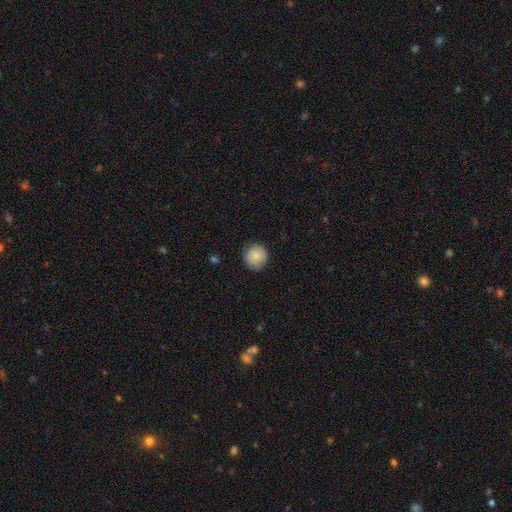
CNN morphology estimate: A smooth galaxy with no disk features (87%) that is round (93%).

Vote fractions:
- Smooth or featured? smooth: 87% / star or artifact: 8% / featured or disk: 5%
- How rounded? round: 93% / in between: 6% / cigar-shaped: 1%
- Merging? none: 87% / minor disturbance: 10% / major disturbance: 2% / merger: 1%